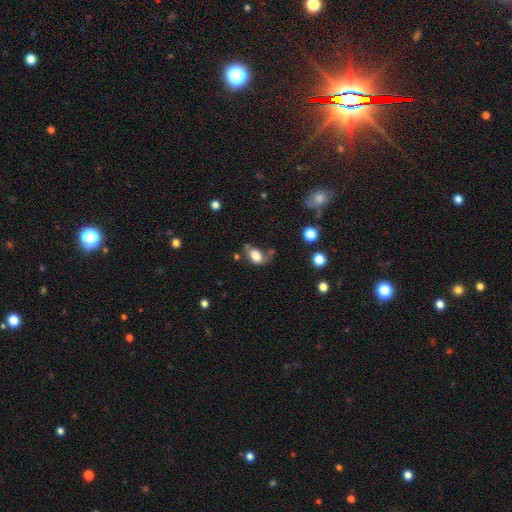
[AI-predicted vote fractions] The model was most divided on "merging": none: 46%, minor disturbance: 29%, major disturbance: 14%, merger: 10%. More confident: how rounded — in between (87%); smooth or featured — smooth (78%).